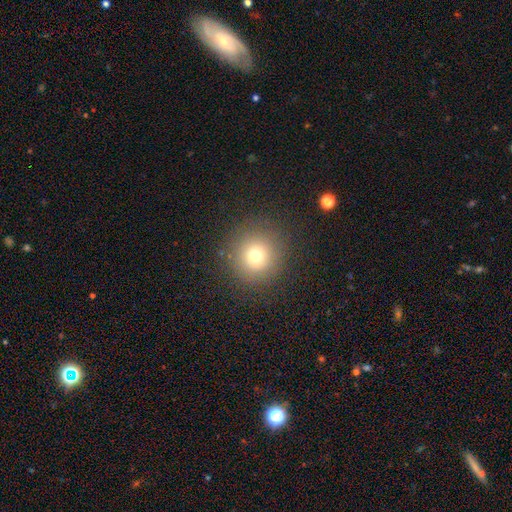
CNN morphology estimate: The model was most divided on "smooth or featured": smooth: 71%, star or artifact: 18%, featured or disk: 11%. More confident: how rounded — round (95%); merging — none (88%).